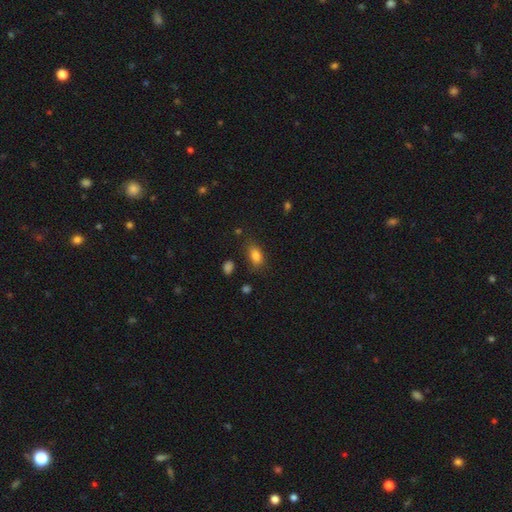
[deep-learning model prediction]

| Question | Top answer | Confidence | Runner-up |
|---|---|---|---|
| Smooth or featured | smooth | 83% | star or artifact (10%) |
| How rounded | in between | 85% | round (10%) |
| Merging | none | 73% | minor disturbance (18%) |